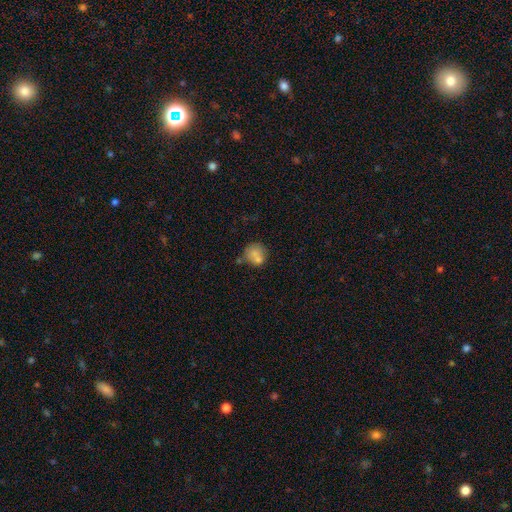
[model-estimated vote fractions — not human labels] A smooth galaxy with no disk features (72%) that is round (80%).

Vote fractions:
- Smooth or featured? smooth: 72% / featured or disk: 18% / star or artifact: 10%
- How rounded? round: 80% / in between: 19% / cigar-shaped: 1%
- Merging? none: 48% / merger: 28% / minor disturbance: 17% / major disturbance: 7%